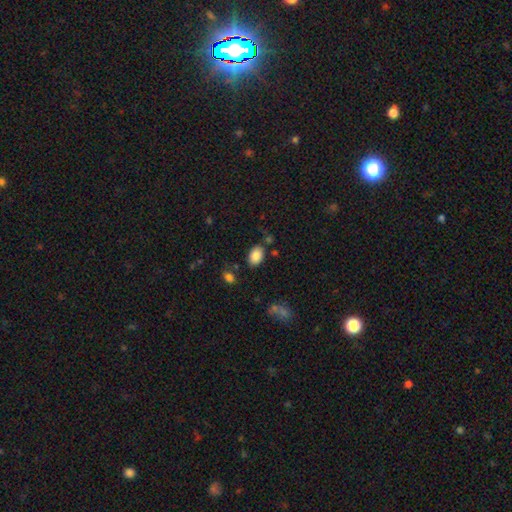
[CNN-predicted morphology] Smooth or featured: smooth — 86% (star or artifact — 8%)
How rounded: in between — 87% (round — 12%)
Merging: none — 79% (minor disturbance — 13%)